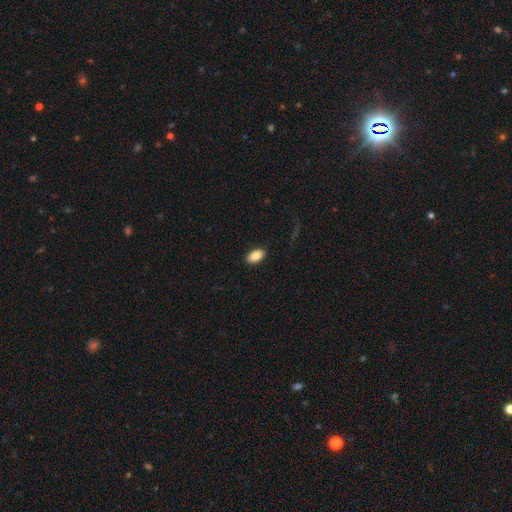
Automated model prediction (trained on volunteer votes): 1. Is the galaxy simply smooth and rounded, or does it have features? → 86% smooth, 7% star or artifact, 7% featured or disk.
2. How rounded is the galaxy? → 93% in between, 4% round, 3% cigar-shaped.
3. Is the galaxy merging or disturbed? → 89% none, 8% minor disturbance, 2% major disturbance, 1% merger.